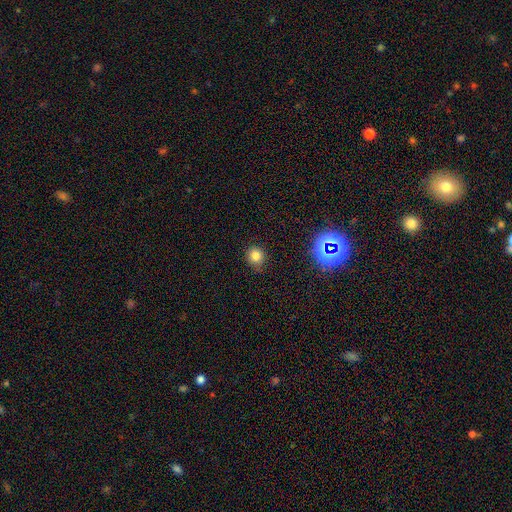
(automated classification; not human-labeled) Smooth or featured?
  - smooth: 79% *
  - star or artifact: 16%
  - featured or disk: 5%
How rounded?
  - round: 88% *
  - in between: 11%
  - cigar-shaped: 1%
Merging?
  - none: 83% *
  - minor disturbance: 12%
  - major disturbance: 3%
  - merger: 1%